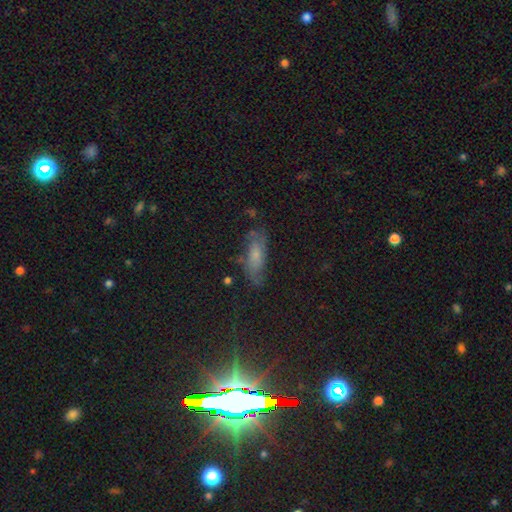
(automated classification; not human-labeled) A smooth galaxy with no disk features (52%) that is in between round and cigar-shaped (64%). Merging: none (63%).